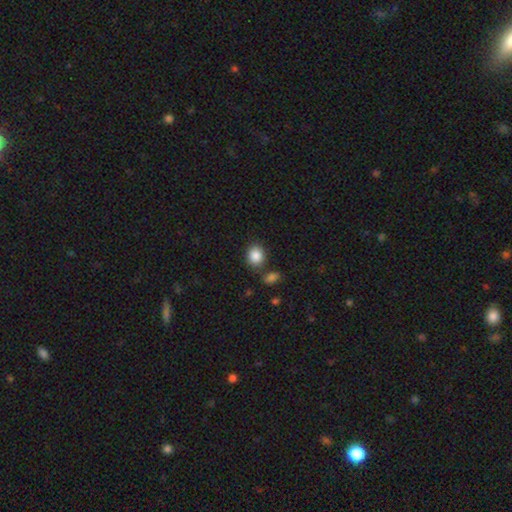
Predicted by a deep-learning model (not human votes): Smooth or featured?
  - smooth: 87% *
  - star or artifact: 9%
  - featured or disk: 5%
How rounded?
  - round: 64% *
  - in between: 35%
  - cigar-shaped: 1%
Merging?
  - none: 75% *
  - minor disturbance: 12%
  - merger: 10%
  - major disturbance: 3%